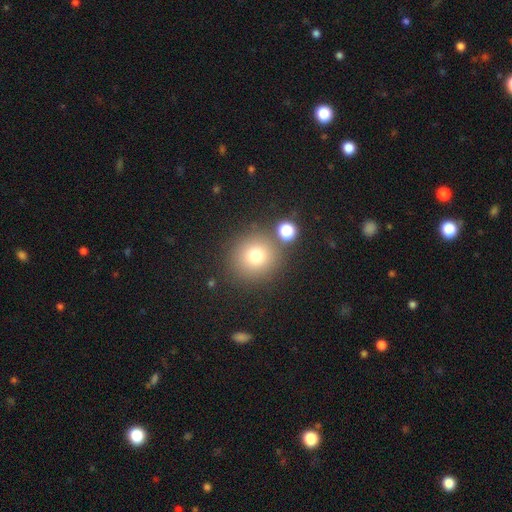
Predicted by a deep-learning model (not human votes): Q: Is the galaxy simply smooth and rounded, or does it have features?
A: smooth — 76%.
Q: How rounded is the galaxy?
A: round — 92%.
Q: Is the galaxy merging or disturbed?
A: none — 80%.